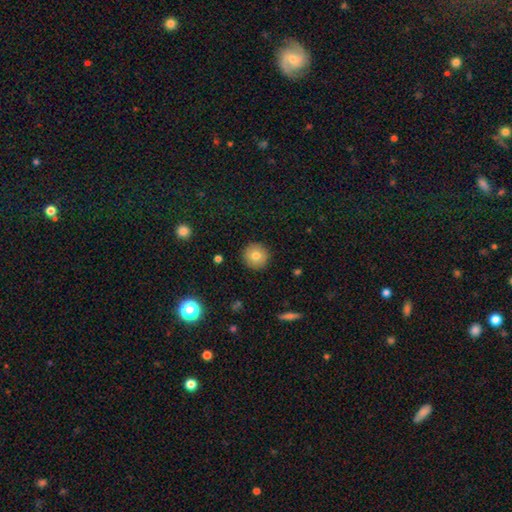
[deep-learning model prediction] Smooth or featured? smooth (80%)
How rounded? round (95%)
Merging? none (92%)